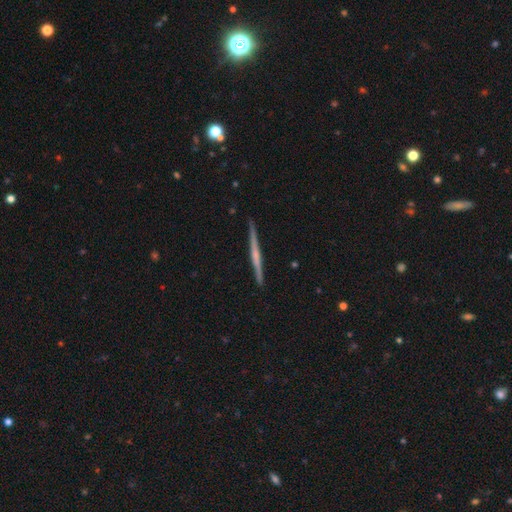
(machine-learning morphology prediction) A featured or disk galaxy (68%) viewed edge-on (98%) with no central bulge (51%).

Vote fractions:
- Smooth or featured? featured or disk: 68% / smooth: 27% / star or artifact: 5%
- Edge-on disk? yes: 98% / no: 2%
- Edge-on bulge? none: 51% / rounded: 37% / boxy: 12%
- Merging? none: 91% / minor disturbance: 6% / major disturbance: 1% / merger: 1%